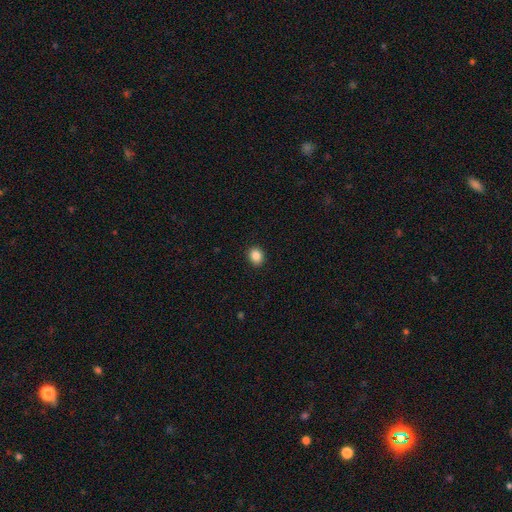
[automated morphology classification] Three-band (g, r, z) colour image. It shows a smooth galaxy with no disk features (86%) that is round (69%). Merging: none (92%).